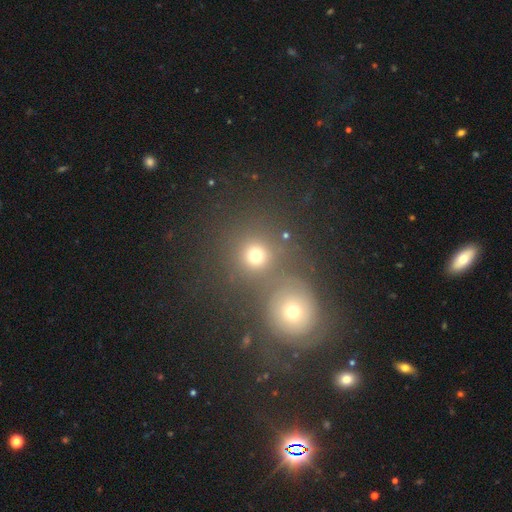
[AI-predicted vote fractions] The model was most divided on "merging": none: 53%, merger: 36%, minor disturbance: 7%, major disturbance: 4%. More confident: how rounded — round (88%); smooth or featured — smooth (73%).